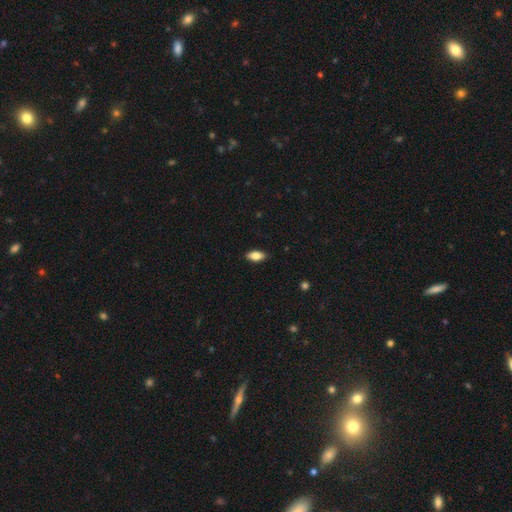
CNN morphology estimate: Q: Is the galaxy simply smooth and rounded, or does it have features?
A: smooth — 82%.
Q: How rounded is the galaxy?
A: in between — 87%.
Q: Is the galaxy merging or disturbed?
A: none — 87%.